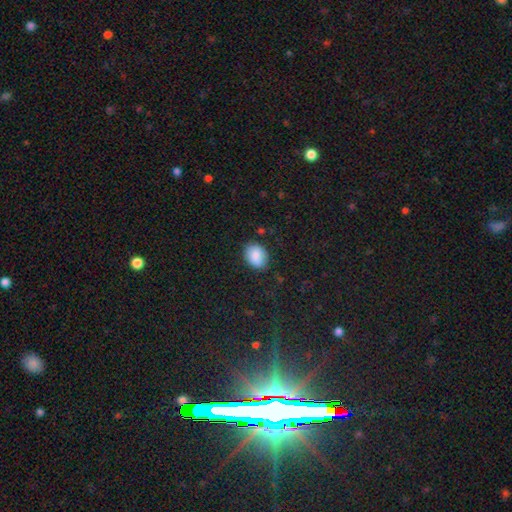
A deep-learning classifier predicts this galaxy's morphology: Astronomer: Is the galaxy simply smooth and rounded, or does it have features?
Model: smooth — 87%.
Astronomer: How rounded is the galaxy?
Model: in between — 63%.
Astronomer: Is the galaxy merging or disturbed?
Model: none — 81%.